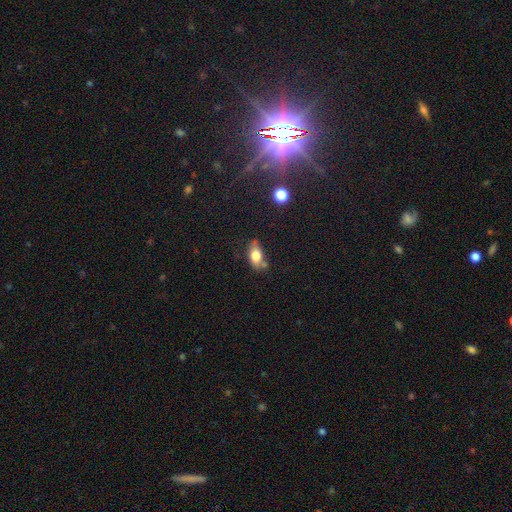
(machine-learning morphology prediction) Smooth or featured? smooth (73%)
How rounded? in between (84%)
Merging? none (54%)